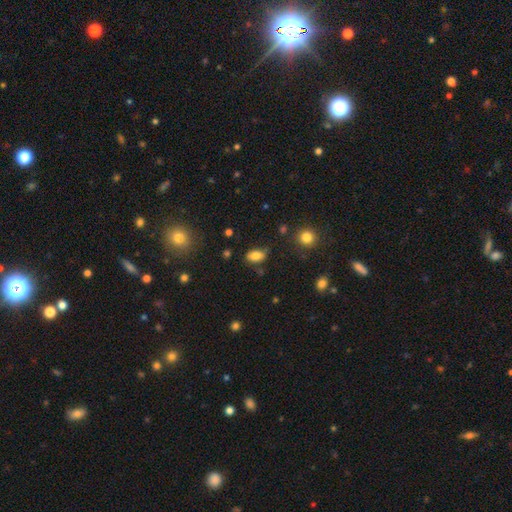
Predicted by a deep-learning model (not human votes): The model was most divided on "merging": none: 74%, minor disturbance: 18%, major disturbance: 4%, merger: 3%. More confident: how rounded — in between (89%); smooth or featured — smooth (80%).